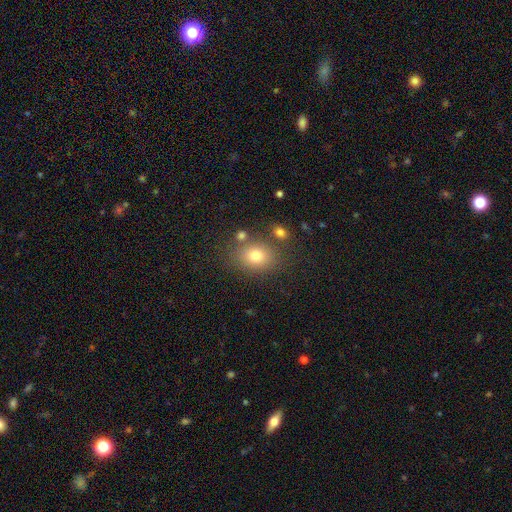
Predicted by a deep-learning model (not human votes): Smooth or featured: smooth — 78% (star or artifact — 12%)
How rounded: in between — 54% (round — 45%)
Merging: none — 75% (minor disturbance — 13%)